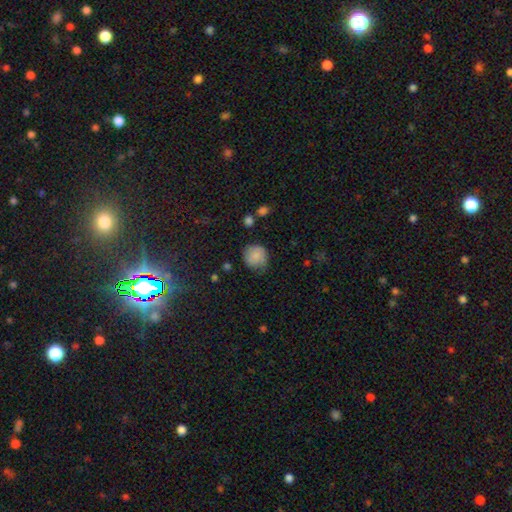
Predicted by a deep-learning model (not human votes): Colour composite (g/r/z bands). It shows a smooth galaxy with no disk features (81%) that is round (88%). Merging: none (65%).